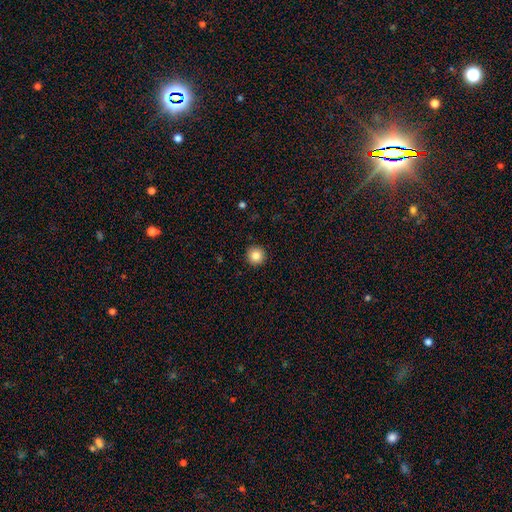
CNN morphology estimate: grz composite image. It shows a smooth galaxy with no disk features (84%) that is round (96%). Merging: none (93%).